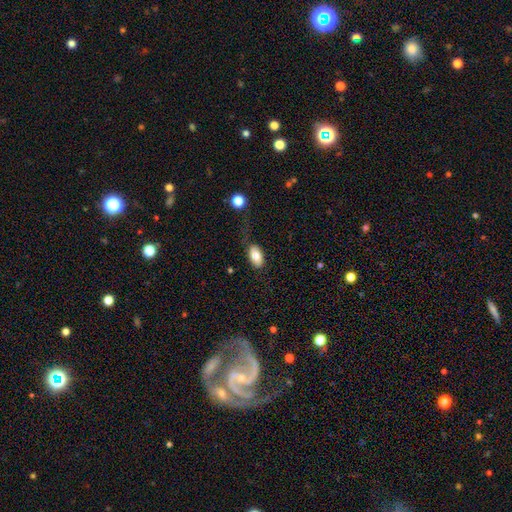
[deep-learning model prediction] A smooth galaxy with no disk features (80%) that is in between round and cigar-shaped (93%). Merging: none (64%).